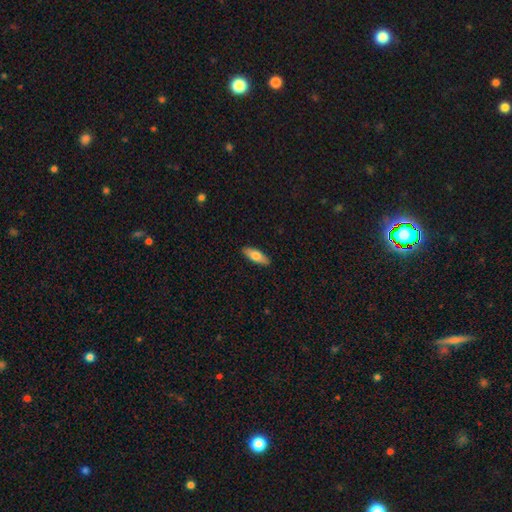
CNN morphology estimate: Overall: smooth (73%). How rounded: in between (65%; cigar-shaped 33%). Merging: none (90%).